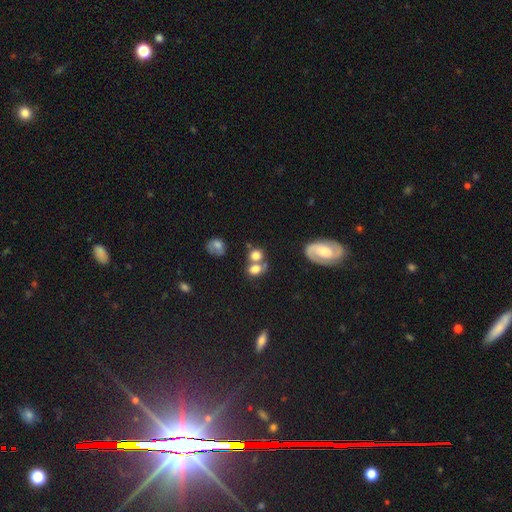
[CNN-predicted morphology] Smooth or featured: smooth — 72% (featured or disk — 15%)
How rounded: round — 63% (in between — 36%)
Merging: merger — 41% (none — 40%)